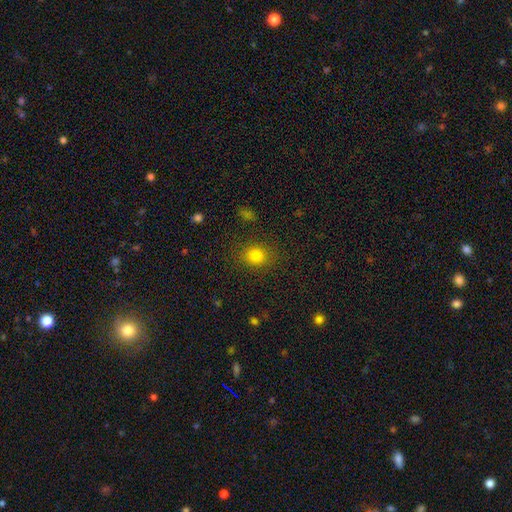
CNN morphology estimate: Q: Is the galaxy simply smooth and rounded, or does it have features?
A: smooth — 82%.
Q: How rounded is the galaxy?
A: round — 66%.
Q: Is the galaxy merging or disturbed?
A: none — 84%.